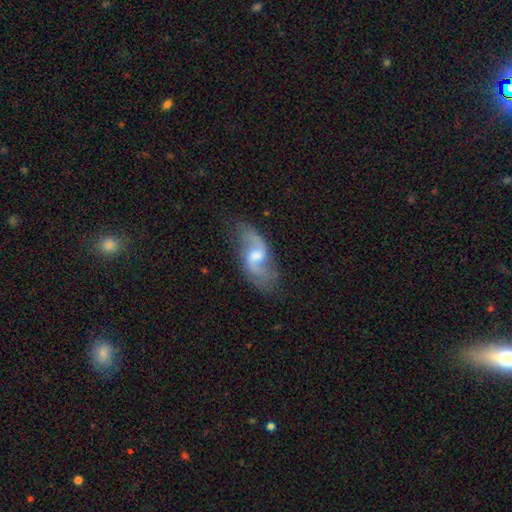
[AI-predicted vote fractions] Morphology: type=featured or disk (83%); edge-on=no (95%); bar=weak (59%); spiral arms=yes (95%); winding=loose (58%); arm count=2 (90%); bulge=moderate (54%); merging=none (75%).